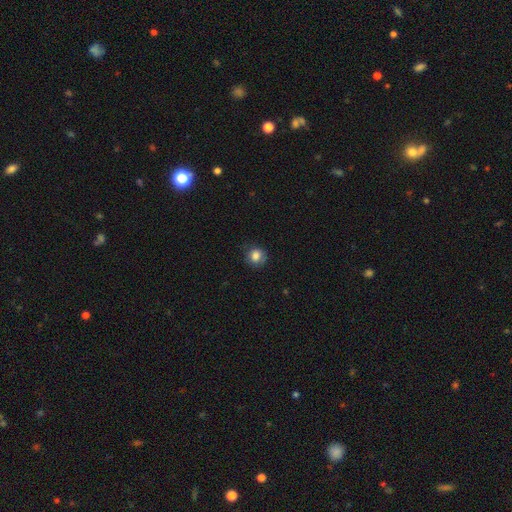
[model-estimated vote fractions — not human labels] Smooth or featured? Predicted: smooth (p=0.82). How rounded? Predicted: round (p=0.84). Merging? Predicted: none (p=0.79).